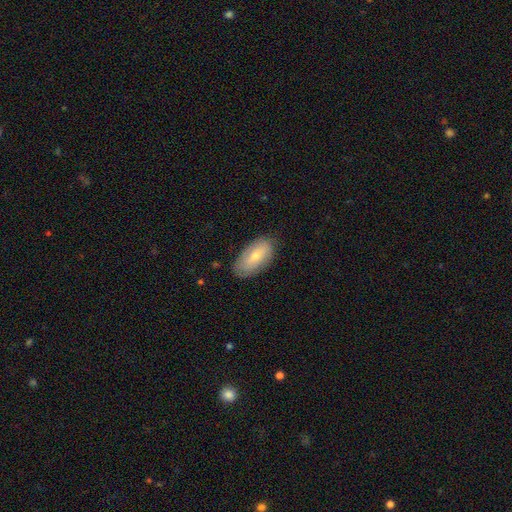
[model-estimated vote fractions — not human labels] smooth 65%, featured or disk 28%, star or artifact 7%. Down the decision tree: how rounded — in between (92%); merging — none (80%).